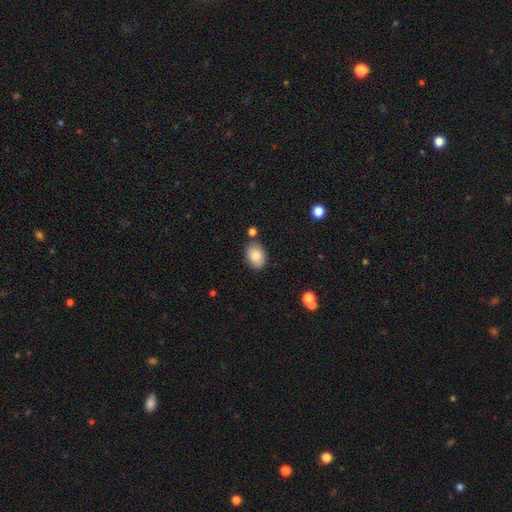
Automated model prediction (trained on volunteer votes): Smooth or featured: smooth — 86% (star or artifact — 7%)
How rounded: in between — 79% (round — 19%)
Merging: none — 79% (minor disturbance — 13%)